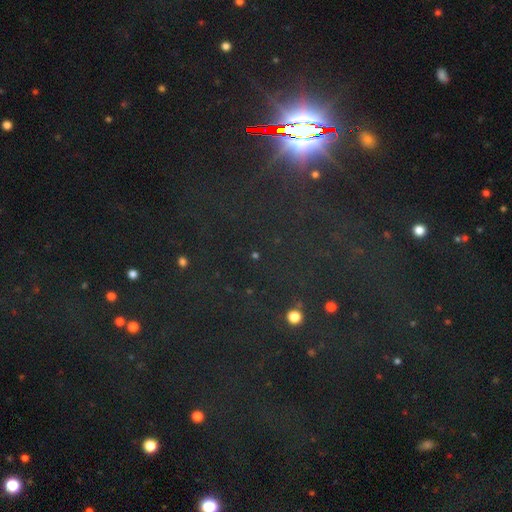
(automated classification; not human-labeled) Smooth or featured?
  - star or artifact: 73% *
  - smooth: 18%
  - featured or disk: 9%